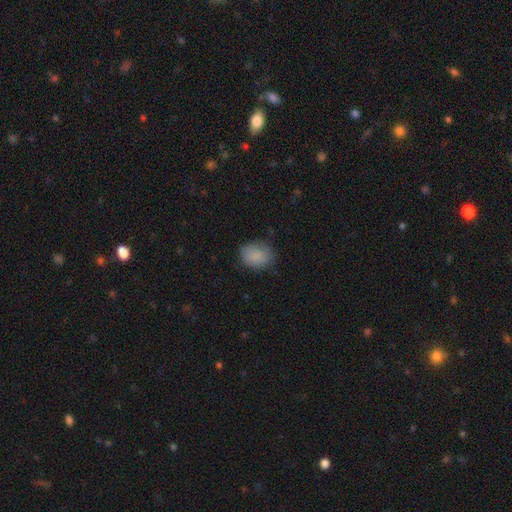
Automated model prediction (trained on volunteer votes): Smooth or featured? smooth (86%)
How rounded? round (52%)
Merging? none (76%)